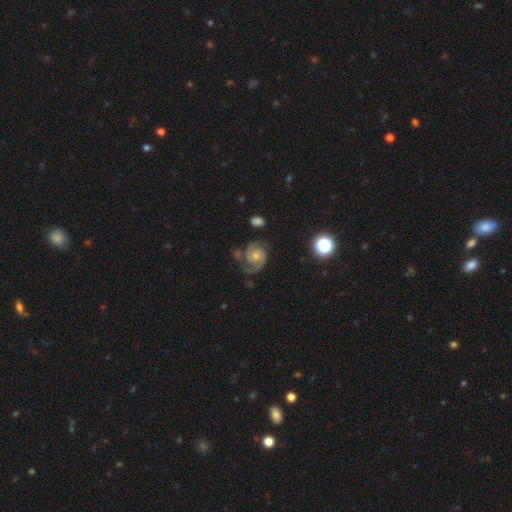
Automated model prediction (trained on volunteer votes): smooth-or-featured: featured or disk: 88% | star or artifact: 6% | smooth: 5%
  disk-edge-on: no: 98% | yes: 2%
    bar: no: 71% | weak: 23% | strong: 5%
    has-spiral-arms: yes: 98% | no: 2%
      spiral-winding: tight: 53% | medium: 40% | loose: 7%
      spiral-arm-count: 2: 85% | 3: 6% | can't tell: 4% | 1: 2% | 4: 1% | more than 4: 1%
    bulge-size: small: 48% | moderate: 46% | none: 3% | large: 2% | dominant: 1%
  merging: none: 67% | minor disturbance: 19% | major disturbance: 10% | merger: 5%